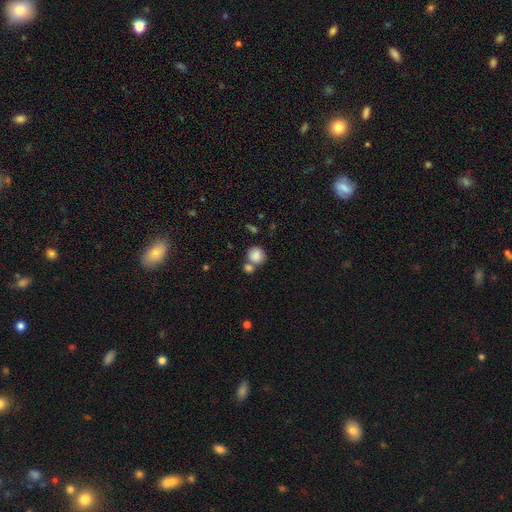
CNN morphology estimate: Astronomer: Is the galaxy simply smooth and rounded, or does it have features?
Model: smooth — 85%.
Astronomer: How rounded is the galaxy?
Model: round — 84%.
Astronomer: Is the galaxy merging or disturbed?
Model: none — 51% (runner-up: merger, 34%).